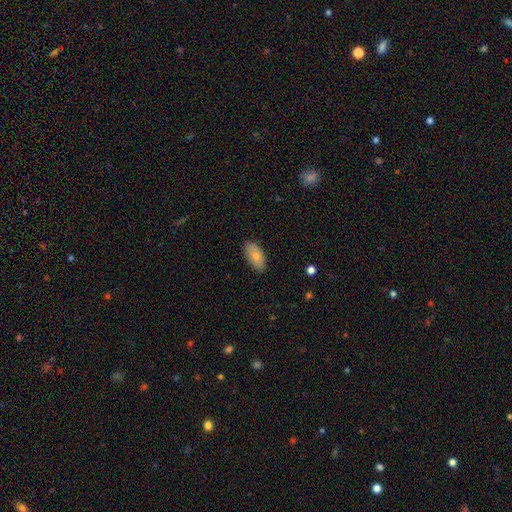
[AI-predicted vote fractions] smooth_or_featured: smooth (p=0.76) [alt: featured or disk p=0.17]
how_rounded: in between (p=0.93) [alt: cigar-shaped p=0.04]
merging: none (p=0.86) [alt: minor disturbance p=0.10]